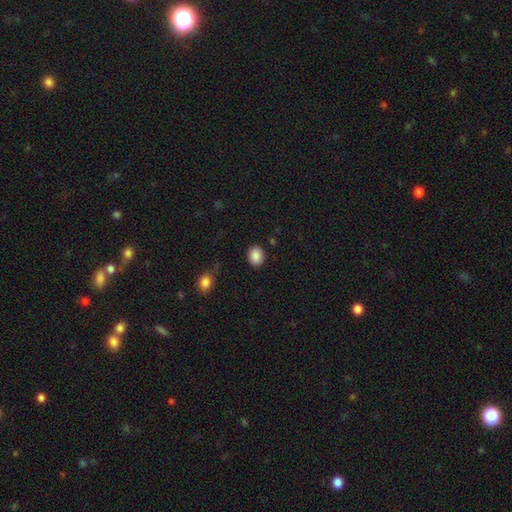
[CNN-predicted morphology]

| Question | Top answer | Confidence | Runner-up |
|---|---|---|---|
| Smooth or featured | smooth | 89% | star or artifact (8%) |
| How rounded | in between | 55% | round (44%) |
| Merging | none | 87% | minor disturbance (9%) |